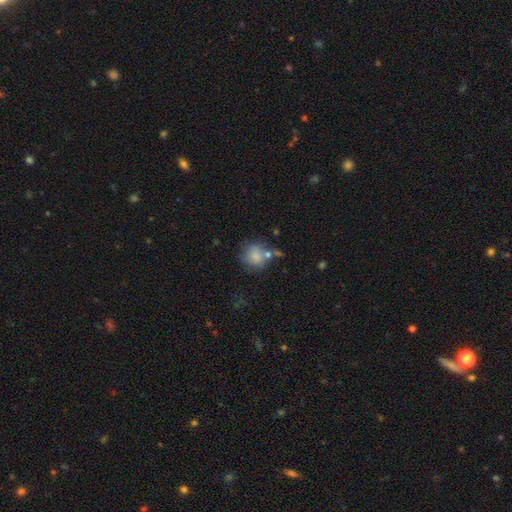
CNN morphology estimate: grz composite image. It shows a smooth galaxy with no disk features (80%) that is round (84%). Merging: none (58%).